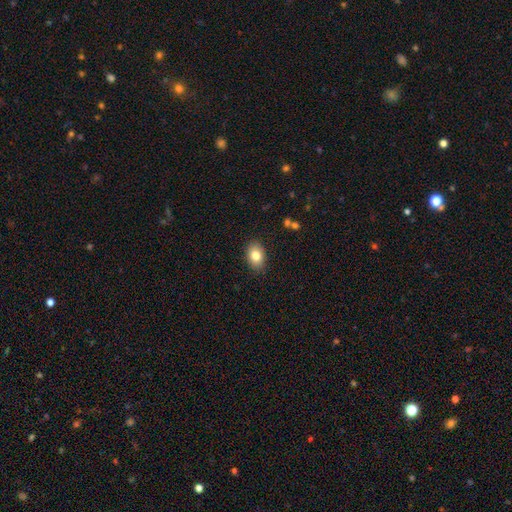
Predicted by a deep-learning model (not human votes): Smooth or featured?
  - smooth: 82% *
  - featured or disk: 10%
  - star or artifact: 9%
How rounded?
  - in between: 78% *
  - round: 21%
  - cigar-shaped: 1%
Merging?
  - none: 88% *
  - minor disturbance: 9%
  - major disturbance: 2%
  - merger: 1%